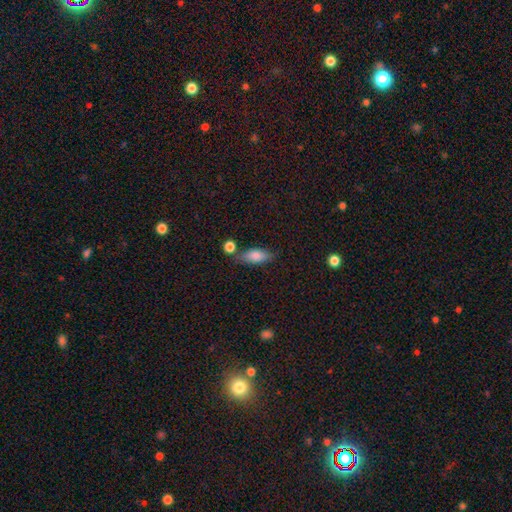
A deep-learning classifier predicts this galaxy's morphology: Smooth or featured?
  - smooth: 78% *
  - featured or disk: 14%
  - star or artifact: 8%
How rounded?
  - in between: 80% *
  - cigar-shaped: 16%
  - round: 4%
Merging?
  - none: 64% *
  - minor disturbance: 18%
  - merger: 12%
  - major disturbance: 5%